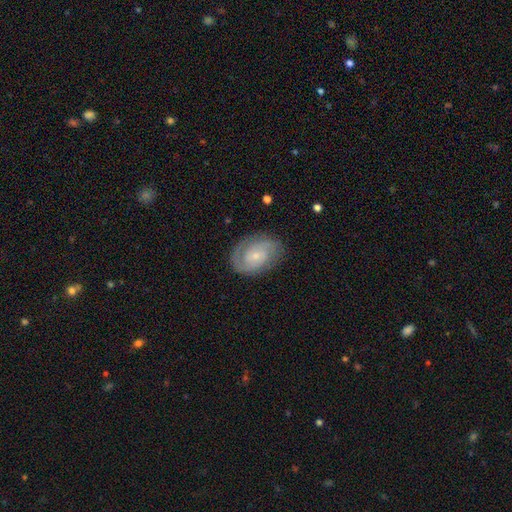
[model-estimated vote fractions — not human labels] Smooth or featured: featured or disk — 79% (smooth — 16%)
Edge-on disk: no — 97% (yes — 3%)
Bar: no — 58% (weak — 35%)
Spiral arms: yes — 94% (no — 6%)
Spiral winding: tight — 51% (medium — 39%)
Spiral arm count: 2 — 72% (can't tell — 13%)
Bulge size: small — 72% (moderate — 22%)
Merging: none — 78% (minor disturbance — 15%)